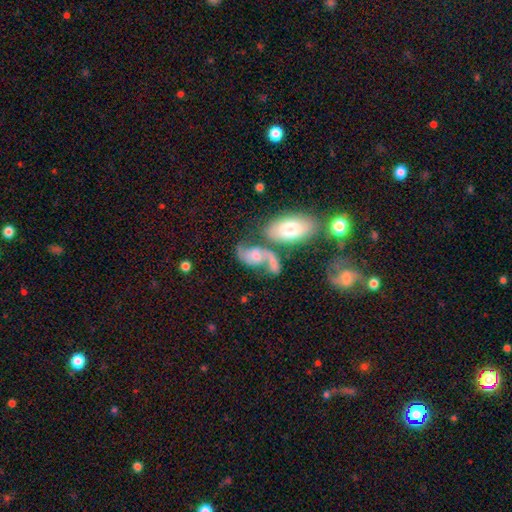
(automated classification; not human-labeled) A featured or disk galaxy (67%) with no bar (66%), 2 (88%) loose (63%) spiral arms (88%) and a moderate central bulge (47%).

Vote fractions:
- Smooth or featured? featured or disk: 67% / smooth: 25% / star or artifact: 8%
- Edge-on disk? no: 95% / yes: 5%
- Bar? no: 66% / weak: 28% / strong: 6%
- Spiral arms? yes: 88% / no: 12%
- Spiral winding? loose: 63% / medium: 29% / tight: 8%
- Spiral arm count? 2: 88% / 1: 5% / can't tell: 4% / 3: 1% / 4: 1% / more than 4: 1%
- Bulge size? moderate: 47% / small: 38% / large: 8% / none: 6% / dominant: 2%
- Merging? merger: 45% / none: 28% / minor disturbance: 14% / major disturbance: 12%